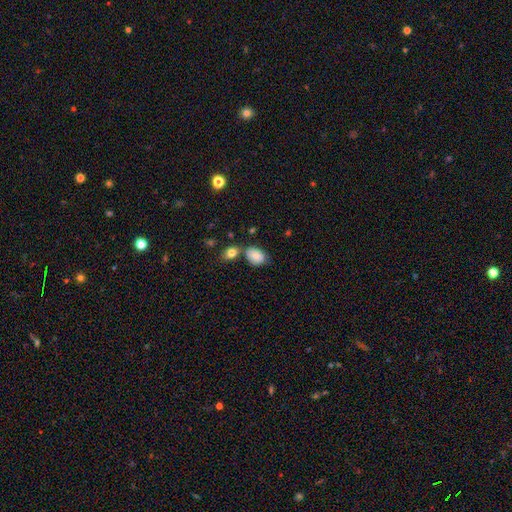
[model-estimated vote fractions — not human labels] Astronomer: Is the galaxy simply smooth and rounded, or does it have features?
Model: smooth — 86%.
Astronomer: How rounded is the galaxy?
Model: in between — 85%.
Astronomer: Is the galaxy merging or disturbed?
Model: none — 58%.